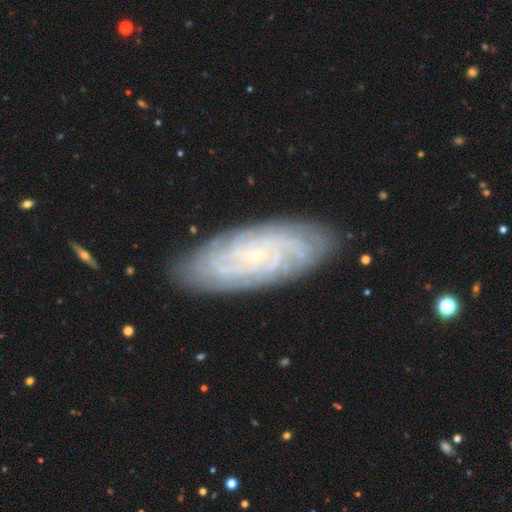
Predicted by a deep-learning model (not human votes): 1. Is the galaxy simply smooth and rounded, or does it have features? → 87% featured or disk, 7% smooth, 6% star or artifact.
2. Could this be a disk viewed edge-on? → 94% no, 6% yes.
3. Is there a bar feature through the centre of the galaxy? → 71% no, 23% weak, 6% strong.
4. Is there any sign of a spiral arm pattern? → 98% yes, 2% no.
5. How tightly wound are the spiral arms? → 82% tight, 15% medium, 3% loose.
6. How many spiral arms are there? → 25% can't tell (tied), 25% 4 (tied), 15% more than 4, 15% 3, 12% 2, 7% 1.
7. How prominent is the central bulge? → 86% small, 9% moderate, 3% none, 1% large, 1% dominant.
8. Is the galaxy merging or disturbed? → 85% none, 11% minor disturbance, 2% major disturbance, 1% merger.